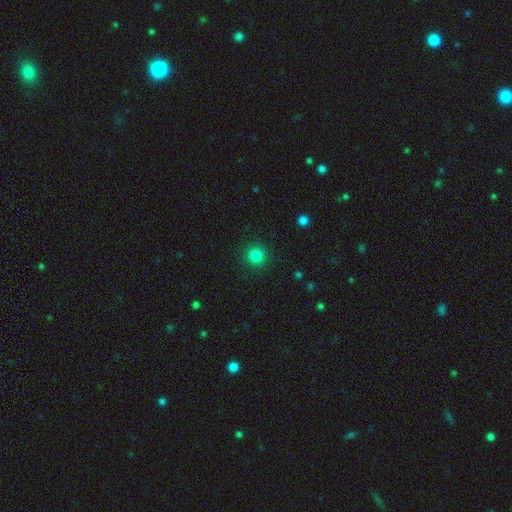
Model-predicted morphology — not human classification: Overall: smooth (84%). How rounded: round (94%). Merging: none (91%).